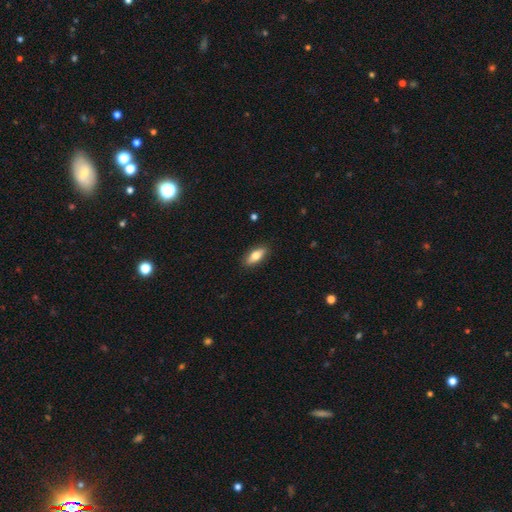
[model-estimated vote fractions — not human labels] Smooth or featured? smooth (71%)
How rounded? in between (73%)
Merging? none (89%)